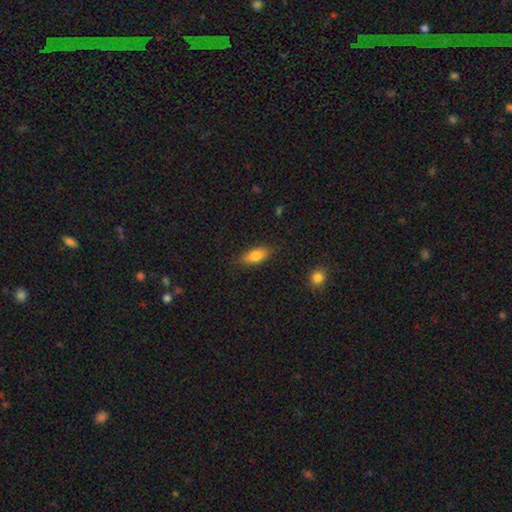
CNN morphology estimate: This appears to be a smooth galaxy with no disk features (81%) that is in between round and cigar-shaped (83%). Merging: none (84%).